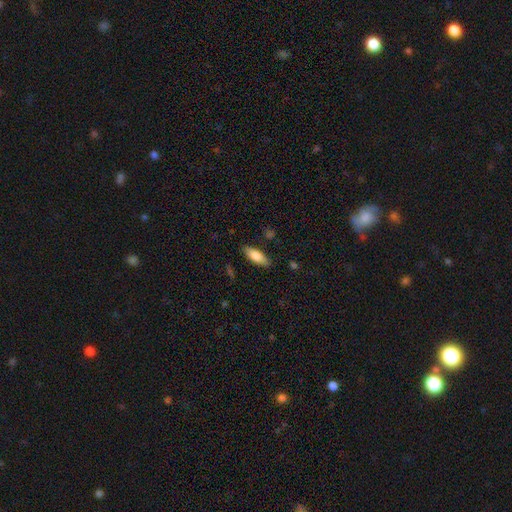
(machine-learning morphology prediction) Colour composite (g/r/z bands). It shows a smooth galaxy with no disk features (79%) that is in between round and cigar-shaped (70%). Merging: none (85%).